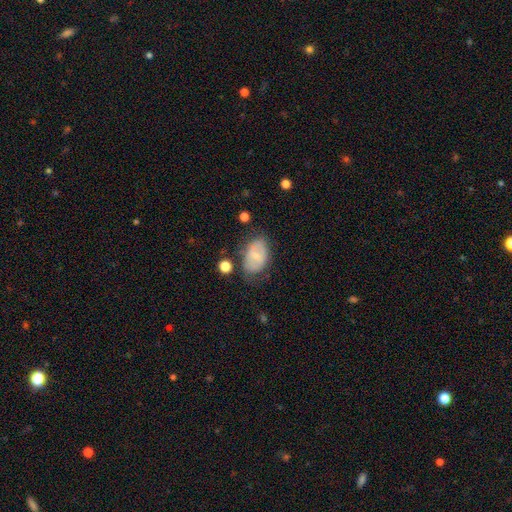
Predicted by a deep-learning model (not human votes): Overall: smooth (57%; featured or disk 36%). How rounded: in between (88%). Merging: none (63%; minor disturbance 24%).